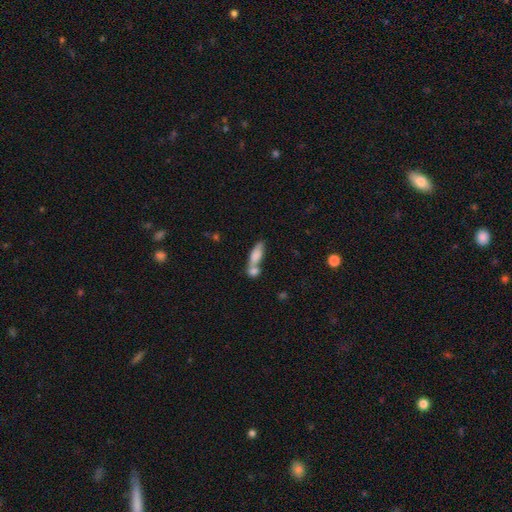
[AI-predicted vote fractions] Overall: smooth (76%). How rounded: in between (60%; cigar-shaped 36%). Merging: merger (53%; none 32%).